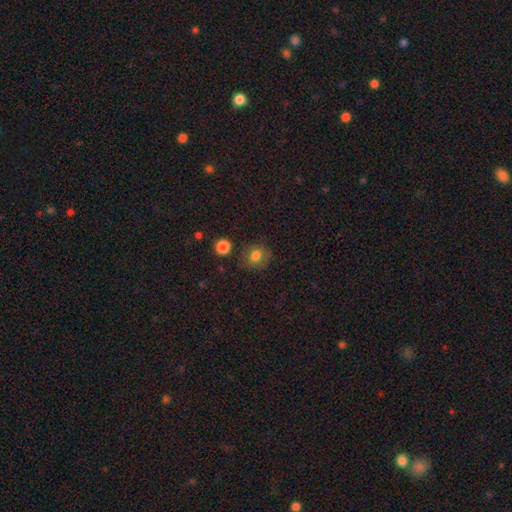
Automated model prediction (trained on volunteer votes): Smooth or featured?
  - smooth: 76% *
  - star or artifact: 13%
  - featured or disk: 12%
How rounded?
  - round: 72% *
  - in between: 27%
  - cigar-shaped: 1%
Merging?
  - none: 75% *
  - minor disturbance: 16%
  - major disturbance: 6%
  - merger: 3%